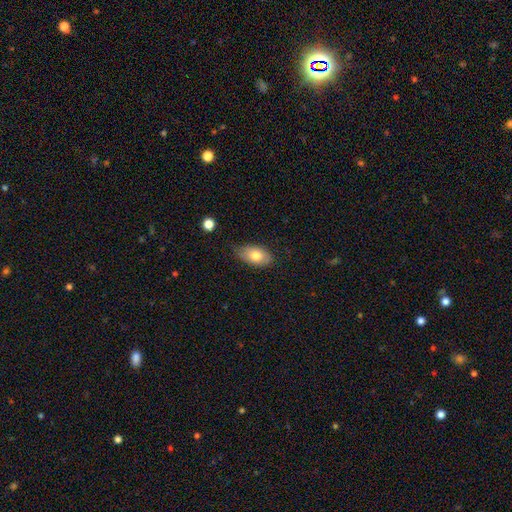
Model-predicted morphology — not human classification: This is likely a smooth galaxy (77%). How rounded: clearly in between (91%). Merging: likely none (73%).